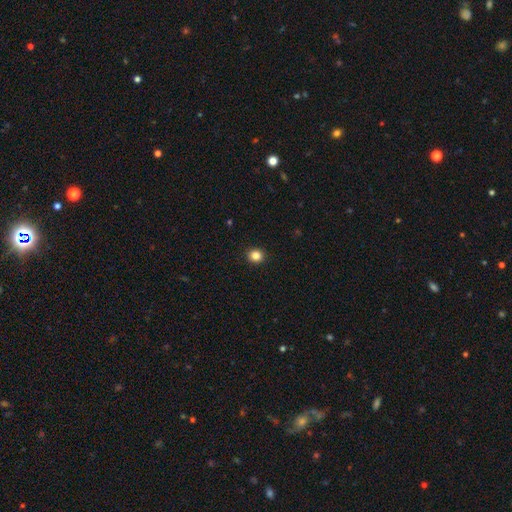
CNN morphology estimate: A smooth galaxy with no disk features (85%) that is round (82%). Merging: none (92%).